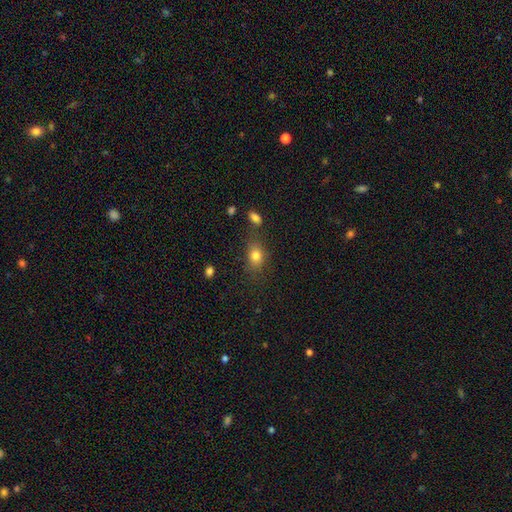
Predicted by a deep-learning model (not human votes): Smooth or featured? smooth (79%)
How rounded? in between (65%)
Merging? none (70%)